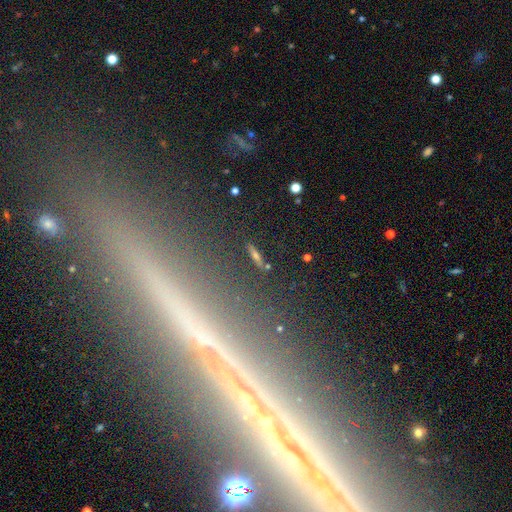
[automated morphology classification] smooth-or-featured: star or artifact: 59% | featured or disk: 26% | smooth: 15%